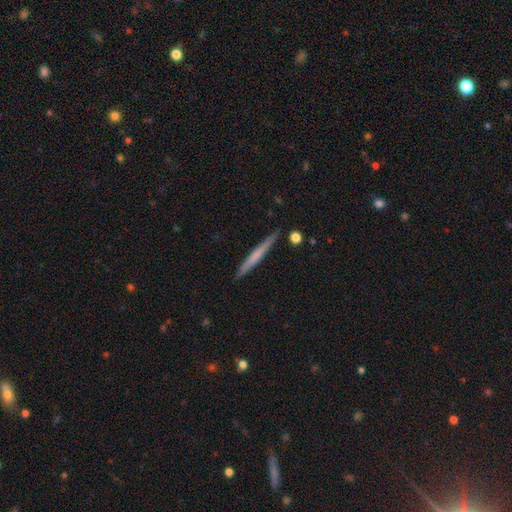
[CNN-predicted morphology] Smooth or featured? smooth (50%)
Merging? none (89%)